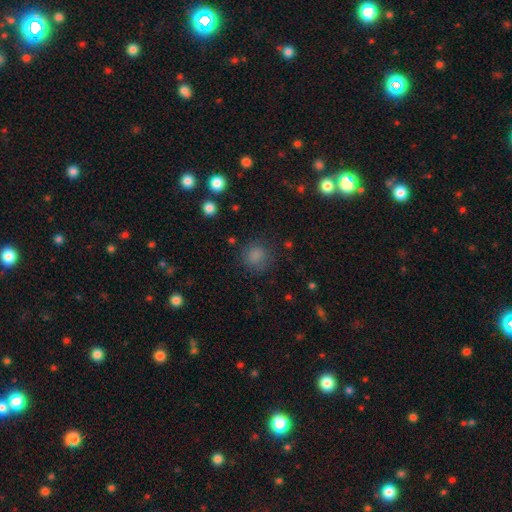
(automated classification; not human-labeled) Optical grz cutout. It shows a smooth galaxy with no disk features (82%) that is round (85%). Merging: none (79%).